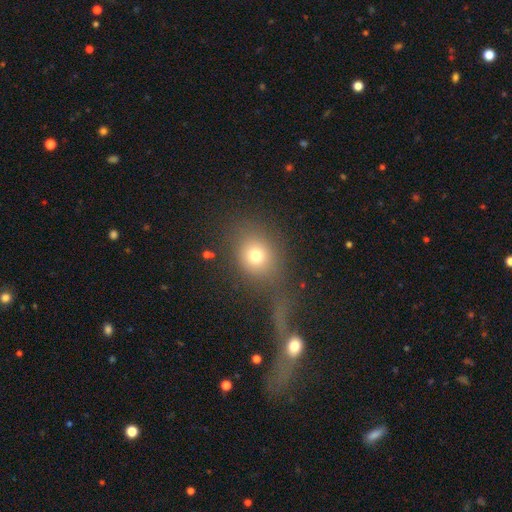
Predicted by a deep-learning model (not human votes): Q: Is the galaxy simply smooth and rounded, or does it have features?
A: smooth — 73%.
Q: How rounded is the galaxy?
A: round — 67%.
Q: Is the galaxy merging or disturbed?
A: none — 50%.